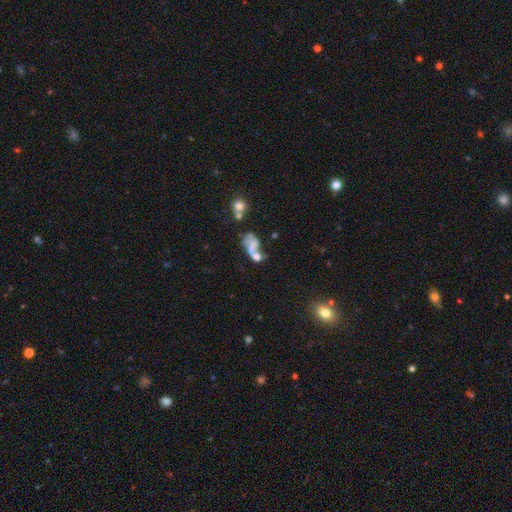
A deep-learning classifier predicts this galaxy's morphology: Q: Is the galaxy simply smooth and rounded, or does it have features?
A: featured or disk — 45%.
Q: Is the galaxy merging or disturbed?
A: merger — 40%.